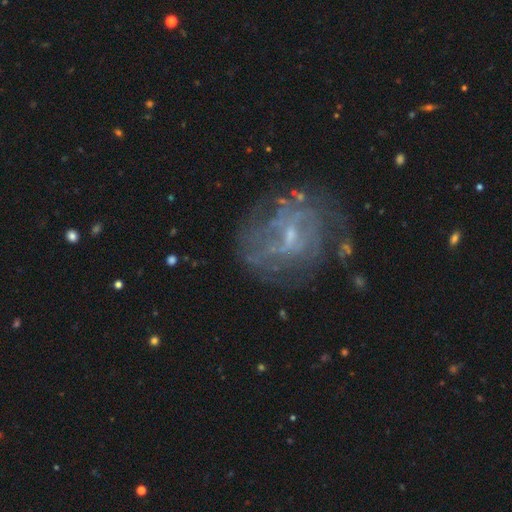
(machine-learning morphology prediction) A featured or disk galaxy (78%) with a weak bar (56%), medium (39%) spiral arms (74%) and a small central bulge (66%). Merging: none (63%).